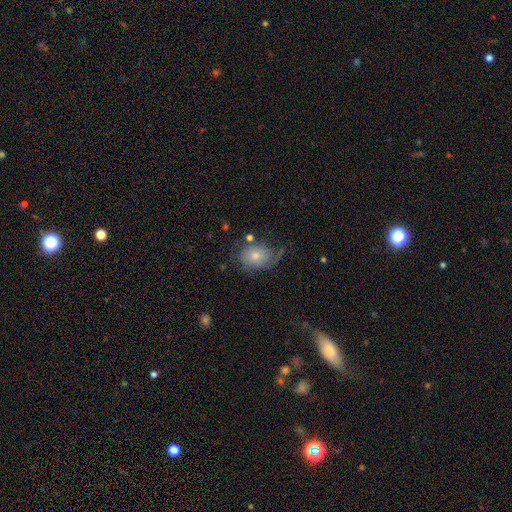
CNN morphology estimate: Smooth or featured?
  - smooth: 51% *
  - featured or disk: 40%
  - star or artifact: 9%
How rounded?
  - in between: 62% *
  - round: 37%
  - cigar-shaped: 1%
Merging?
  - none: 42% *
  - minor disturbance: 27%
  - major disturbance: 27%
  - merger: 5%